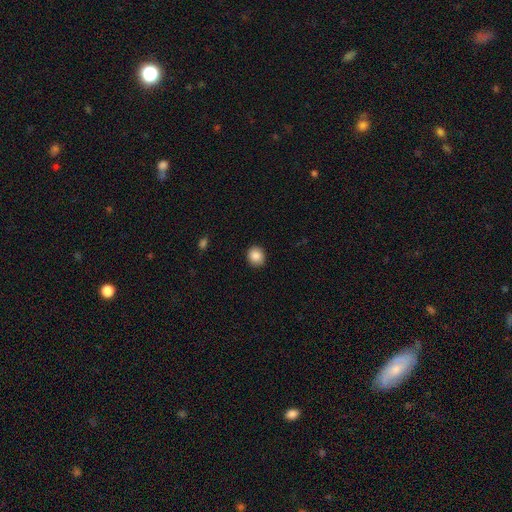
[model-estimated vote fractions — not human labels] smooth_or_featured: smooth (p=0.88) [alt: star or artifact p=0.09]
how_rounded: round (p=0.77) [alt: in between p=0.22]
merging: none (p=0.90) [alt: minor disturbance p=0.07]